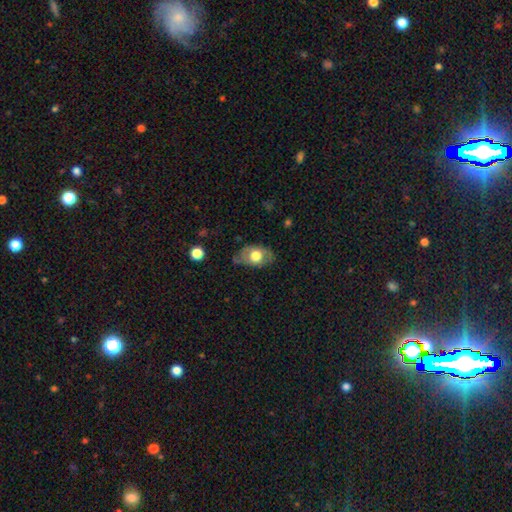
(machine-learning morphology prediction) Q: Smooth or featured?
A: smooth (62%); runner-up: featured or disk (31%)
Q: How rounded?
A: in between (83%); runner-up: round (15%)
Q: Merging?
A: none (62%); runner-up: minor disturbance (28%)